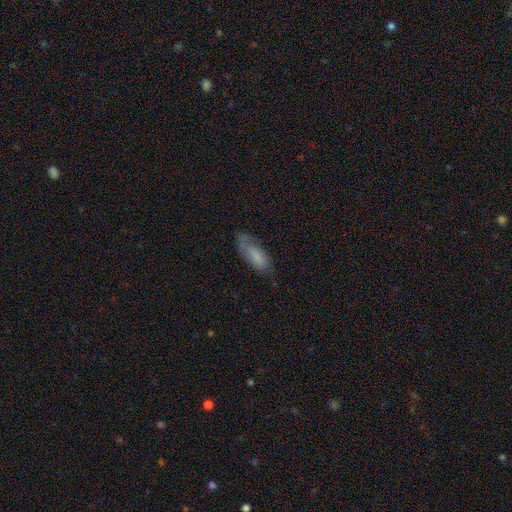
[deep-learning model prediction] A smooth galaxy with no disk features (70%) that is in between round and cigar-shaped (69%).

Vote fractions:
- Smooth or featured? smooth: 70% / featured or disk: 22% / star or artifact: 8%
- How rounded? in between: 69% / cigar-shaped: 29% / round: 2%
- Merging? none: 57% / minor disturbance: 28% / major disturbance: 13% / merger: 2%